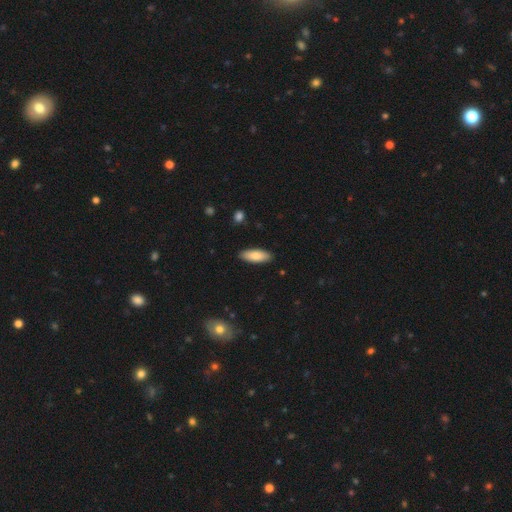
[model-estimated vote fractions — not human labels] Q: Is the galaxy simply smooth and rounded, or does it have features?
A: smooth — 83%.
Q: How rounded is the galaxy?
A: in between — 69%.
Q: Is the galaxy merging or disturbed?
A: none — 89%.